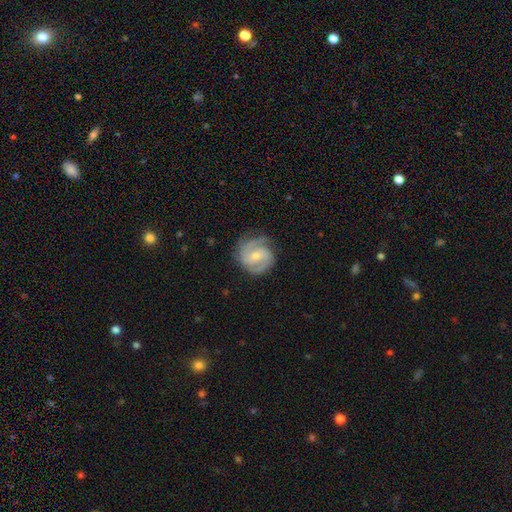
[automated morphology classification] A featured or disk galaxy (84%) with a weak bar (45%), 2 (68%) tight (45%, tied with medium) spiral arms (97%) and a small central bulge (56%). Merging: none (75%).